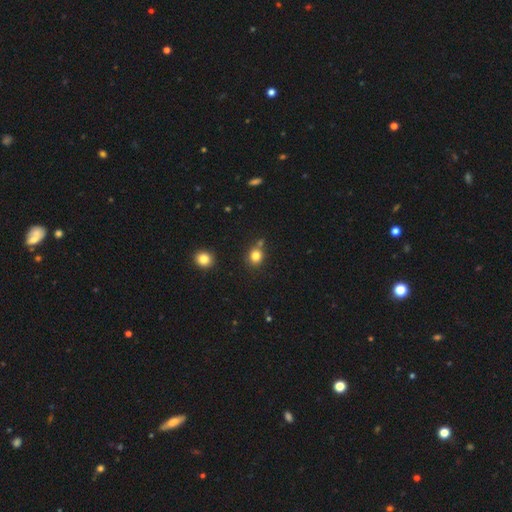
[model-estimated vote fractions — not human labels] Smooth or featured? Predicted: smooth (p=0.81). How rounded? Predicted: round (p=0.80). Merging? Predicted: none (p=0.73).